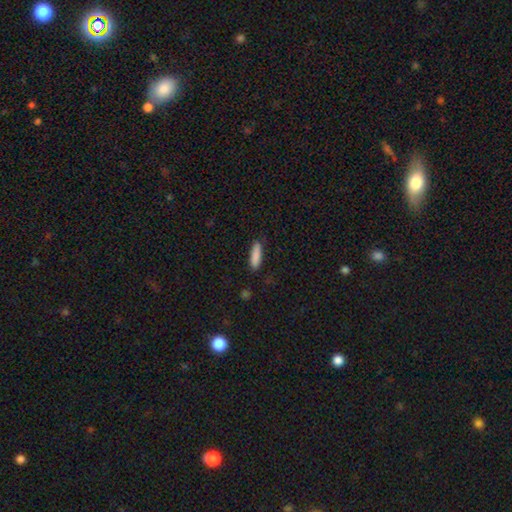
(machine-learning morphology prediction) type=smooth (87%); roundness=cigar-shaped (68%); merging=none (84%).